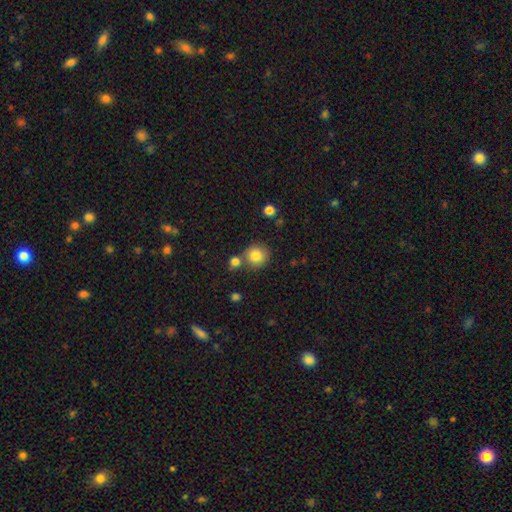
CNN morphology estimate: Smooth or featured?
  - smooth: 82% *
  - star or artifact: 10%
  - featured or disk: 7%
How rounded?
  - round: 89% *
  - in between: 10%
  - cigar-shaped: 1%
Merging?
  - none: 68% *
  - merger: 20%
  - minor disturbance: 10%
  - major disturbance: 3%